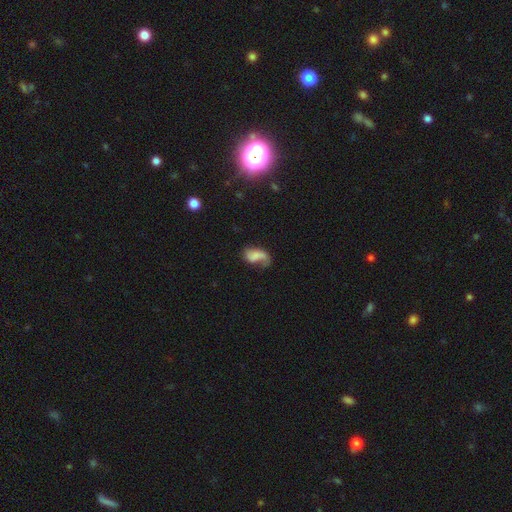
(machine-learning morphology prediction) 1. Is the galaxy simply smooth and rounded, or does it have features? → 57% smooth, 33% featured or disk, 11% star or artifact.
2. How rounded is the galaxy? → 89% in between, 7% round, 4% cigar-shaped.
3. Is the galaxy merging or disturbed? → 34% major disturbance, 32% none, 26% minor disturbance, 7% merger.